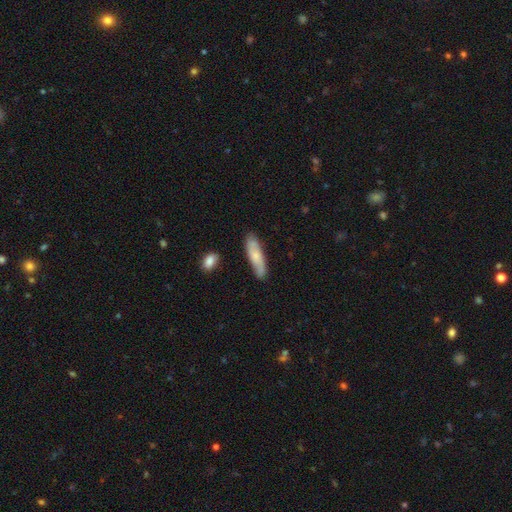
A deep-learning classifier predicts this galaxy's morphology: smooth-or-featured: smooth: 62% | featured or disk: 32% | star or artifact: 6%
  how-rounded: cigar-shaped: 61% | in between: 37% | round: 2%
  merging: none: 76% | minor disturbance: 17% | major disturbance: 3% | merger: 3%